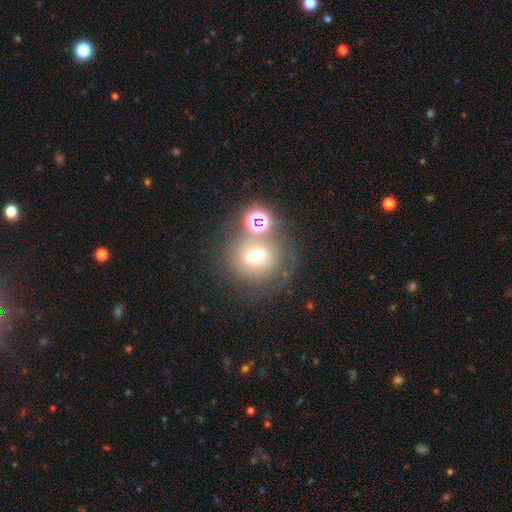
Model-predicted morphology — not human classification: smooth-or-featured: smooth: 46% | featured or disk: 35% | star or artifact: 20%
  merging: none: 52% | merger: 22% | minor disturbance: 15% | major disturbance: 11%